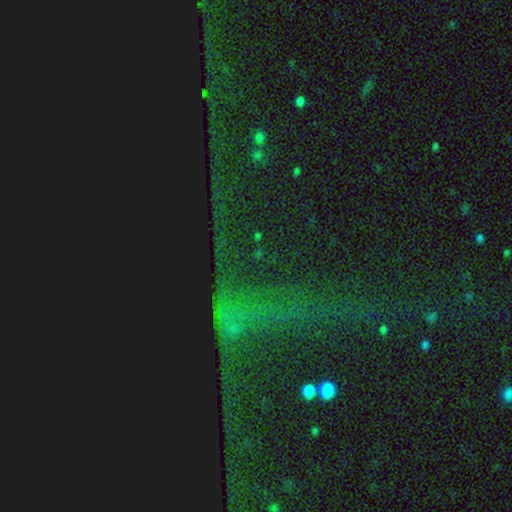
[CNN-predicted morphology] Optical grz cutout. It shows a star or artifact, not a galaxy (76%).